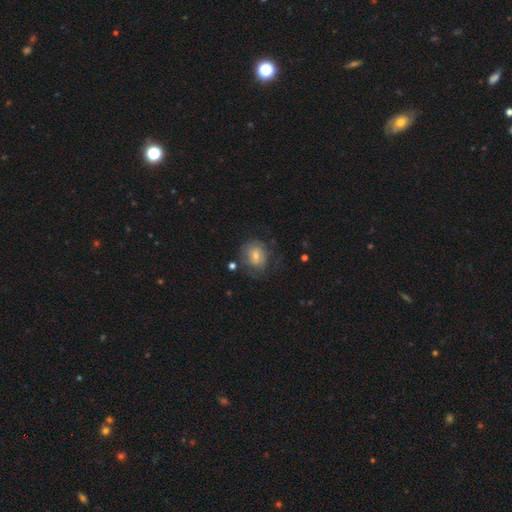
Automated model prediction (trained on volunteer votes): This is possibly a smooth galaxy (52%). How rounded: likely round (65%). Merging: possibly none (57%).